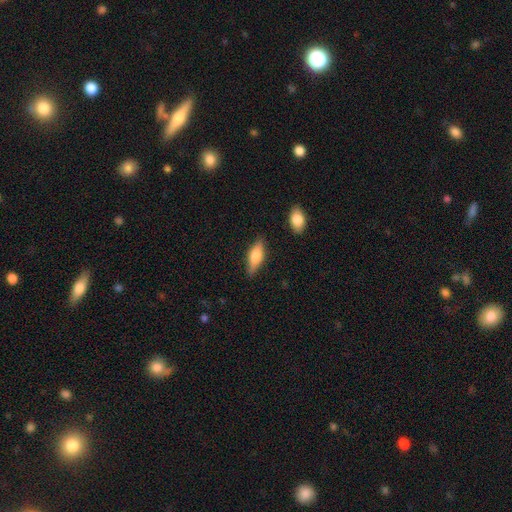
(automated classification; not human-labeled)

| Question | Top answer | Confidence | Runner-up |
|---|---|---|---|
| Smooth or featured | smooth | 65% | featured or disk (29%) |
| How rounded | in between | 61% | cigar-shaped (36%) |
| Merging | none | 81% | minor disturbance (13%) |